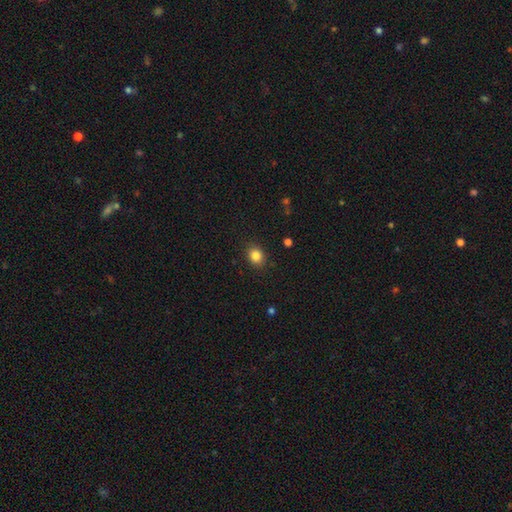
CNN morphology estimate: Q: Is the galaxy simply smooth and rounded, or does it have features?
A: smooth — 85%.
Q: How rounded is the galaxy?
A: round — 53%.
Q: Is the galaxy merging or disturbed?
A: none — 87%.